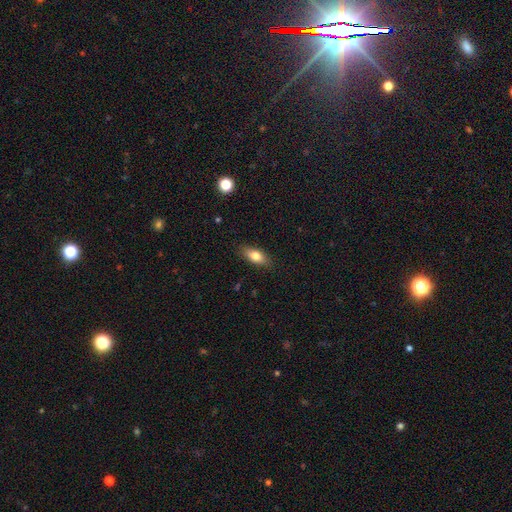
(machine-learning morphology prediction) type=smooth (77%); roundness=in between (78%); merging=none (86%).